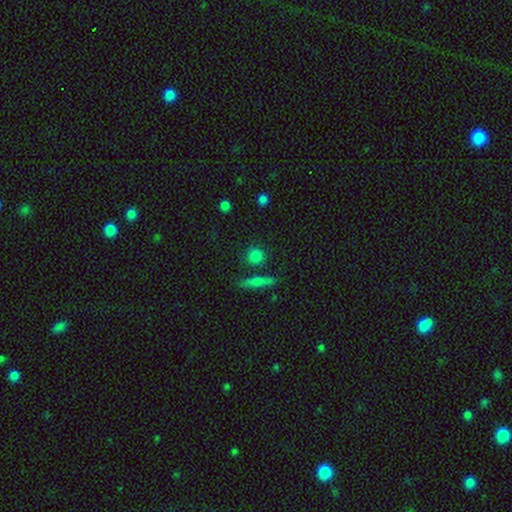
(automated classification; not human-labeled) Smooth or featured: smooth — 80% (star or artifact — 12%)
How rounded: round — 85% (in between — 11%)
Merging: none — 80% (minor disturbance — 10%)